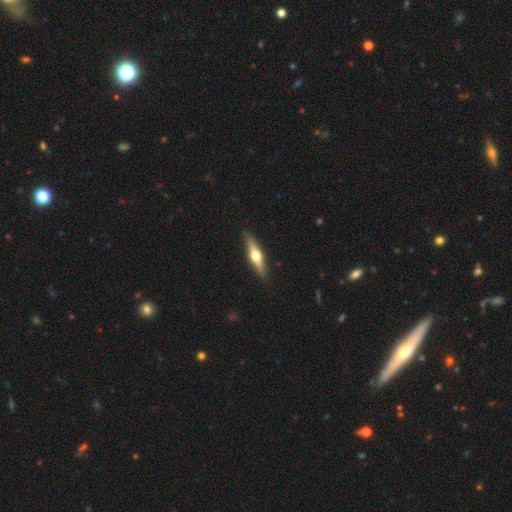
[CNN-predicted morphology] The model was most divided on "smooth or featured": featured or disk: 61%, smooth: 34%, star or artifact: 5%. More confident: edge-on disk — yes (95%); edge-on bulge — rounded (95%); merging — none (90%).